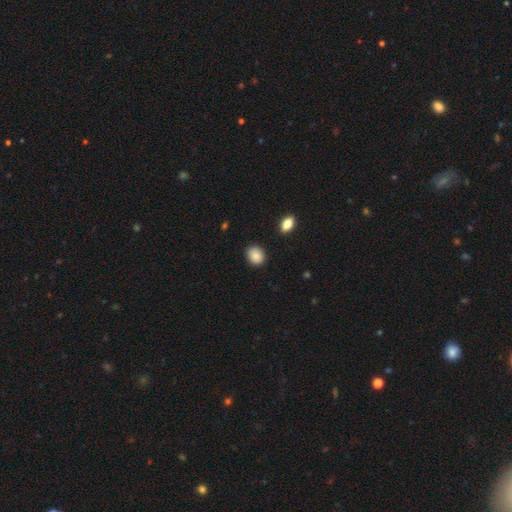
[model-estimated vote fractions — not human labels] This appears to be a smooth galaxy with no disk features (88%) that is round (63%). Merging: none (86%).